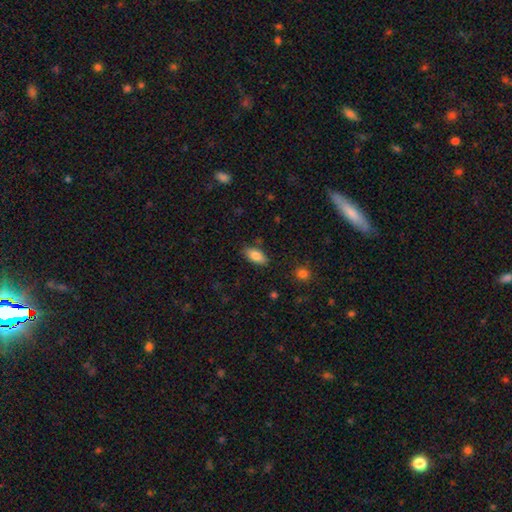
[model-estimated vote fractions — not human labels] The model was most divided on "merging": none: 84%, minor disturbance: 12%, major disturbance: 2%, merger: 2%. More confident: how rounded — in between (89%); smooth or featured — smooth (83%).